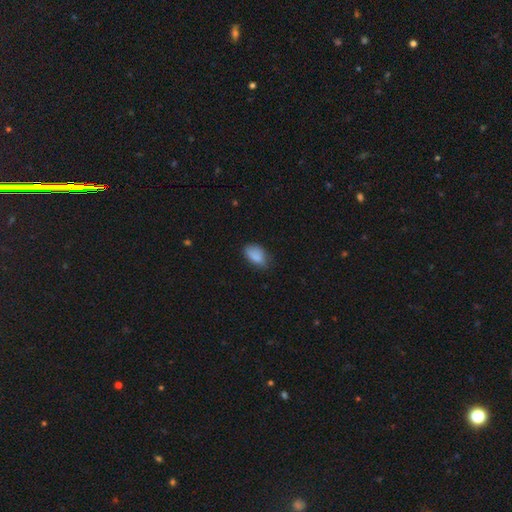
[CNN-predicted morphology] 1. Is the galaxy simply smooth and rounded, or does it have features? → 85% smooth, 8% star or artifact, 7% featured or disk.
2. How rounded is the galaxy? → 91% in between, 6% round, 3% cigar-shaped.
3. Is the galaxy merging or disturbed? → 65% none, 28% minor disturbance, 5% major disturbance, 1% merger.